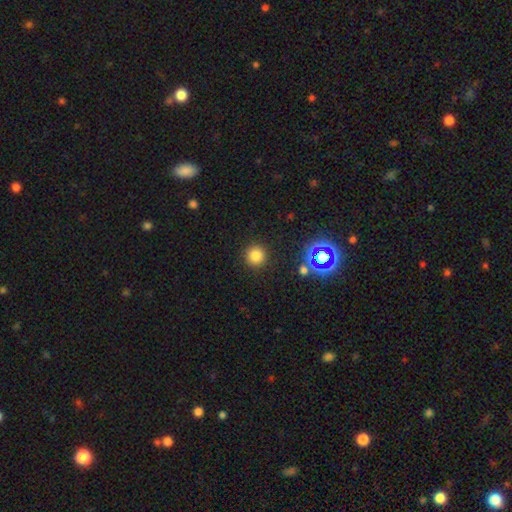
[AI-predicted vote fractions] A smooth galaxy with no disk features (78%) that is round (95%).

Vote fractions:
- Smooth or featured? smooth: 78% / star or artifact: 17% / featured or disk: 5%
- How rounded? round: 95% / in between: 4% / cigar-shaped: 1%
- Merging? none: 91% / minor disturbance: 5% / major disturbance: 2% / merger: 2%